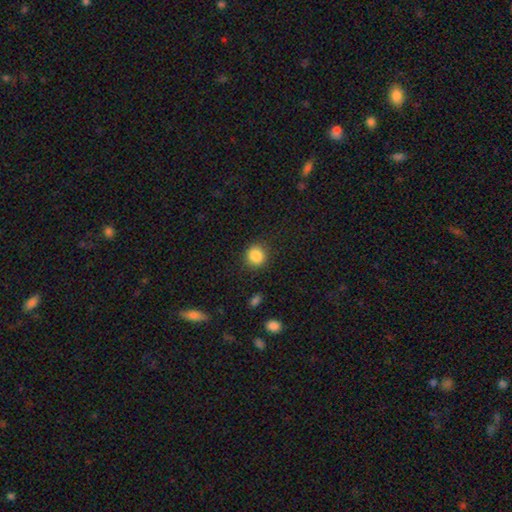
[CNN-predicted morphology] This is clearly a smooth galaxy (87%). How rounded: clearly round (82%). Merging: clearly none (85%).